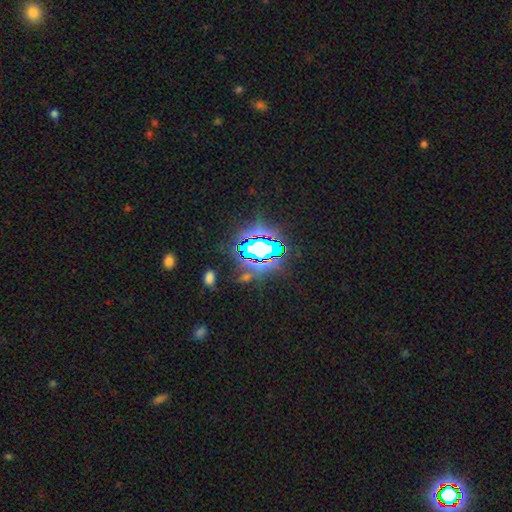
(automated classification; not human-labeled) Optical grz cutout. It shows a star or artifact, not a galaxy (72%).